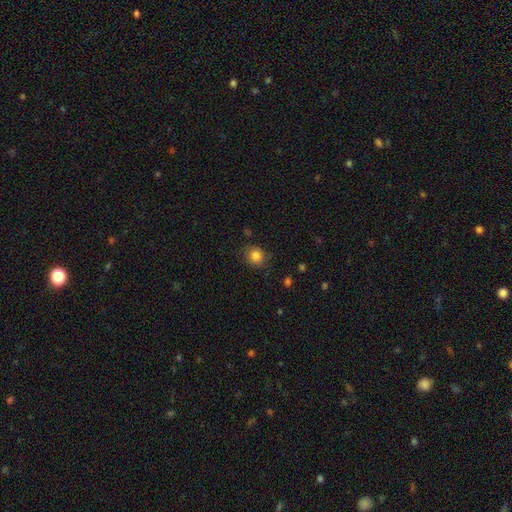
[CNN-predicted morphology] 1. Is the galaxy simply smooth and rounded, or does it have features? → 83% smooth, 10% star or artifact, 7% featured or disk.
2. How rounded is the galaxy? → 76% round, 23% in between, 1% cigar-shaped.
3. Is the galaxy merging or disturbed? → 79% none, 16% minor disturbance, 4% major disturbance, 1% merger.